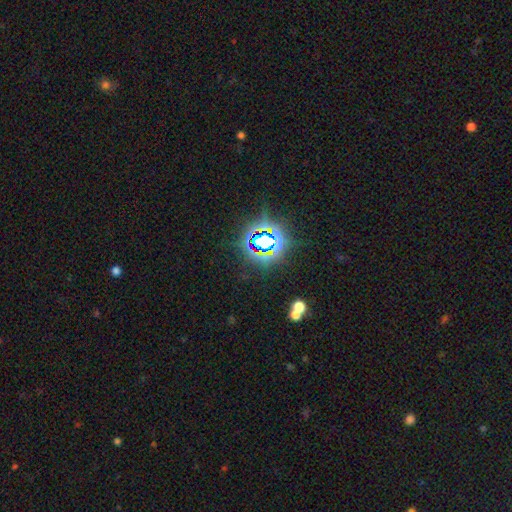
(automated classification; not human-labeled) star or artifact 78%, smooth 13%, featured or disk 9%.